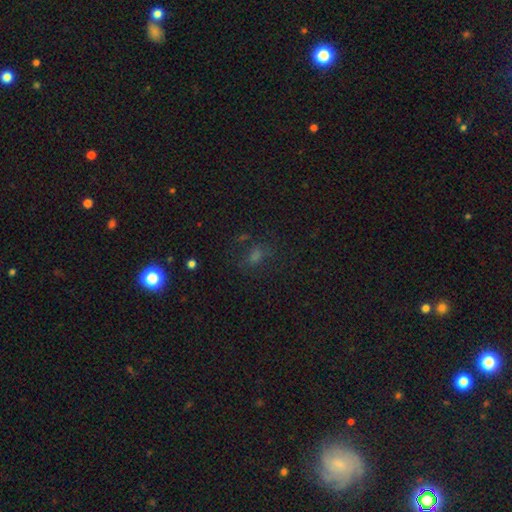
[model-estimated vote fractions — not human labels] Smooth or featured: smooth — 44% (star or artifact — 42%)
Merging: none — 67% (minor disturbance — 17%)